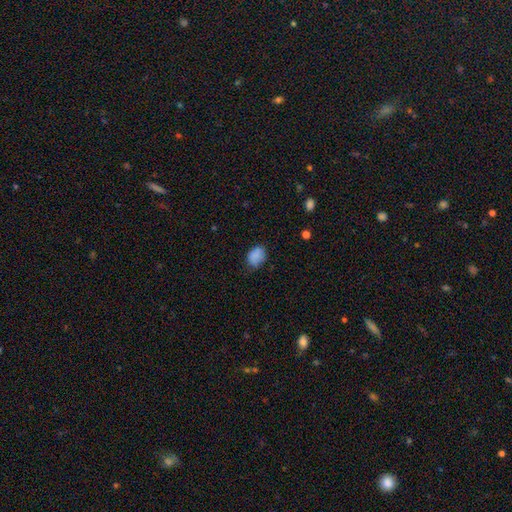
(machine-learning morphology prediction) Smooth or featured? Predicted: smooth (p=0.84). How rounded? Predicted: in between (p=0.66). Merging? Predicted: none (p=0.65).